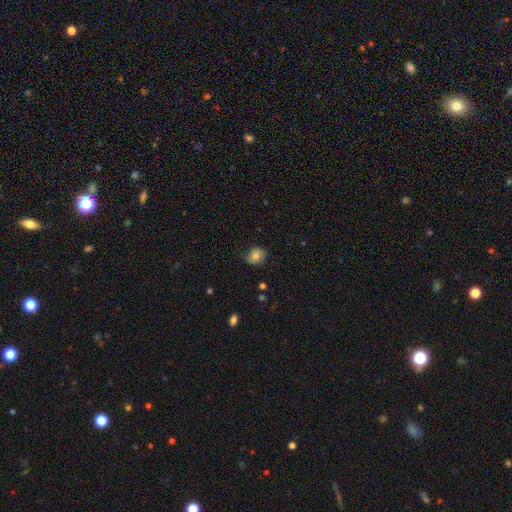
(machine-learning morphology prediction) smooth_or_featured: smooth (p=0.71) [alt: featured or disk p=0.19]
how_rounded: round (p=0.64) [alt: in between p=0.35]
merging: none (p=0.72) [alt: minor disturbance p=0.21]